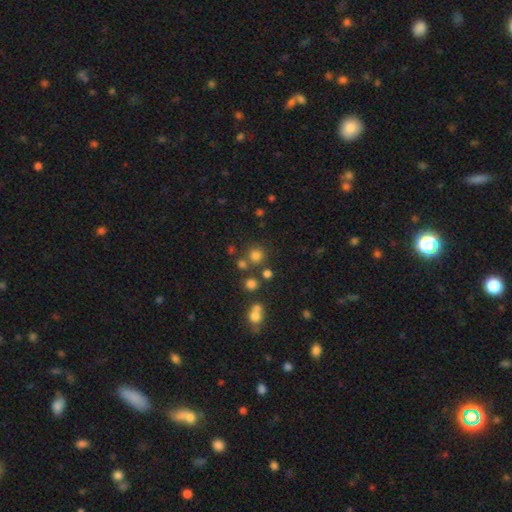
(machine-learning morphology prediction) Smooth or featured? Predicted: smooth (p=0.73). How rounded? Predicted: round (p=0.89). Merging? Predicted: none (p=0.71).